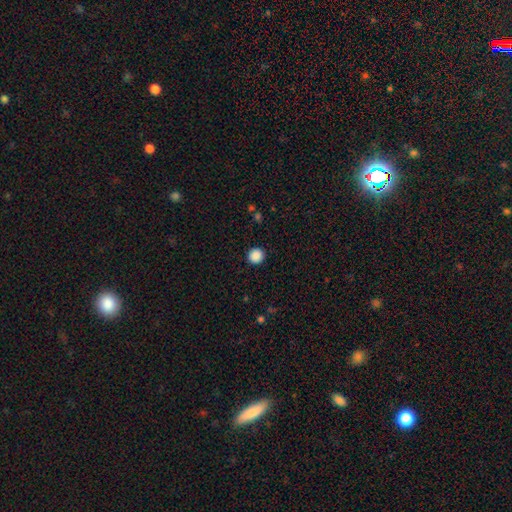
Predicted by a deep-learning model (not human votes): A smooth galaxy with no disk features (88%) that is round (94%). Merging: none (92%).